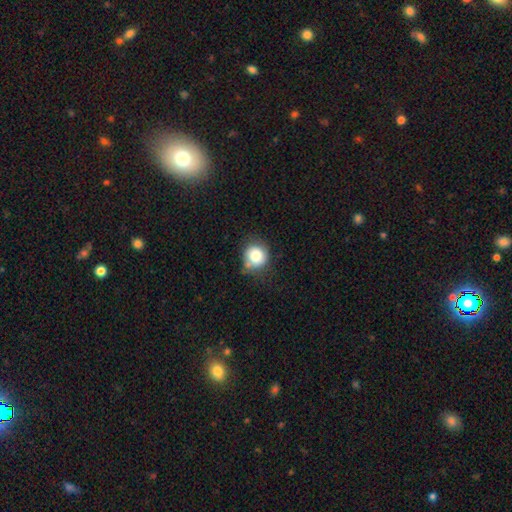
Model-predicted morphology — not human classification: smooth-or-featured: smooth: 80% | featured or disk: 10% | star or artifact: 10%
  how-rounded: round: 87% | in between: 12% | cigar-shaped: 1%
  merging: none: 64% | minor disturbance: 24% | merger: 6% | major disturbance: 6%